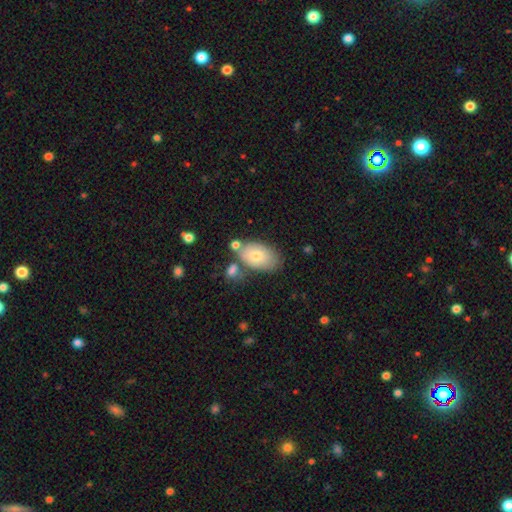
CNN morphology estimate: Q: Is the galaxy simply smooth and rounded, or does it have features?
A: smooth — 75%.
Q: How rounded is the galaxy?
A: in between — 92%.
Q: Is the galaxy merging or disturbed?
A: none — 58%.